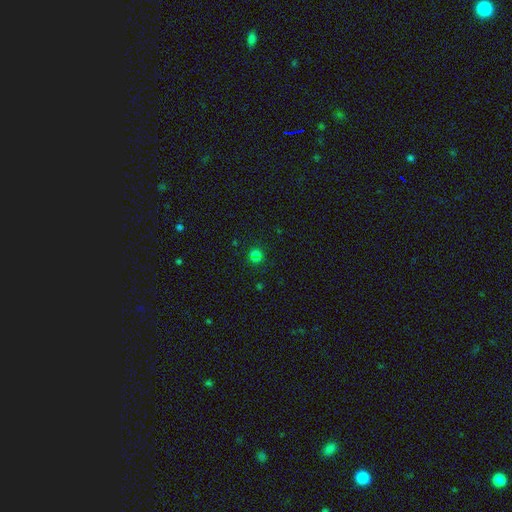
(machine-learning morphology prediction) Smooth or featured: smooth — 72% (star or artifact — 21%)
How rounded: round — 90% (in between — 9%)
Merging: none — 81% (minor disturbance — 10%)